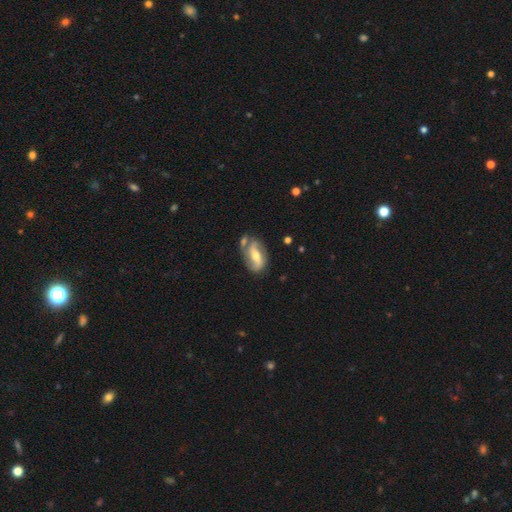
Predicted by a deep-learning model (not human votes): A featured or disk galaxy (71%) with a weak bar (36%), 2 (82%) loose (43%) spiral arms (86%) and a moderate central bulge (61%). Merging: none (58%).